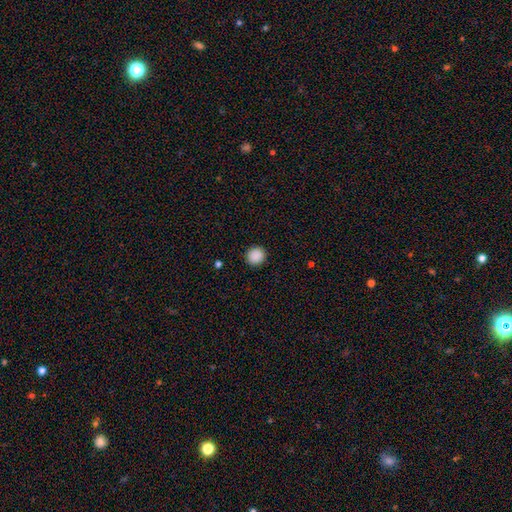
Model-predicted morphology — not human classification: This appears to be a smooth galaxy with no disk features (89%) that is round (91%). Merging: none (92%).